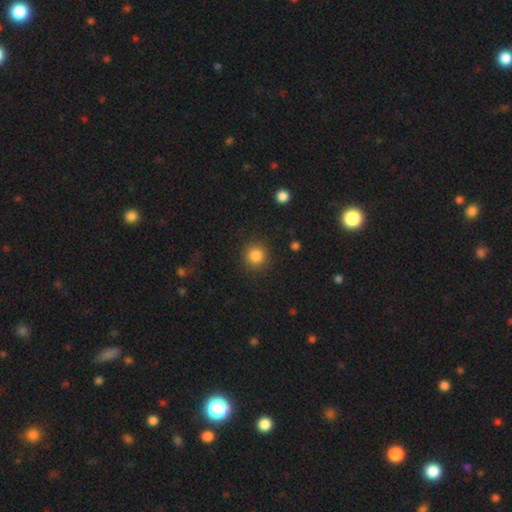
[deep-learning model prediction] smooth 85%, star or artifact 11%, featured or disk 4%. Down the decision tree: how rounded — round (92%); merging — none (89%).